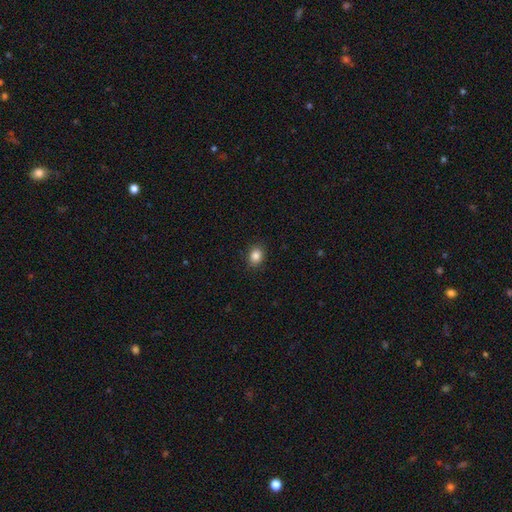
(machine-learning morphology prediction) smooth 86%, star or artifact 10%, featured or disk 5%. Down the decision tree: how rounded — in between (50%); merging — none (89%).